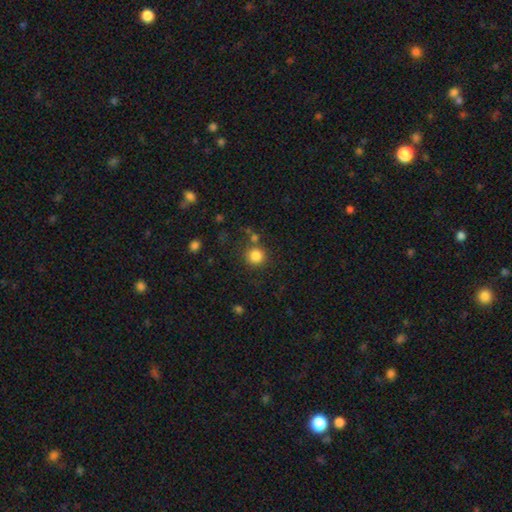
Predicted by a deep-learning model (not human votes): The model was most divided on "merging": none: 79%, minor disturbance: 9%, merger: 8%, major disturbance: 4%. More confident: how rounded — round (93%); smooth or featured — smooth (84%).